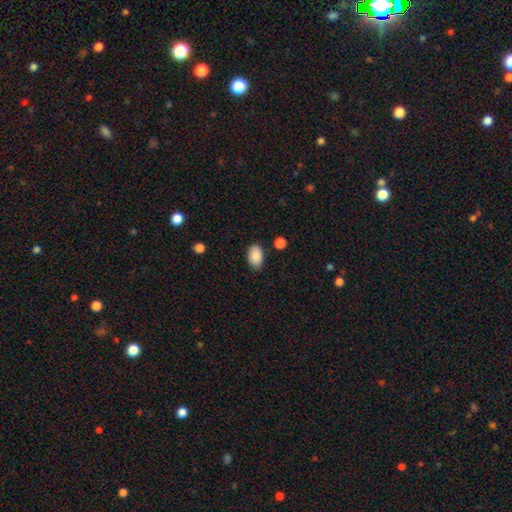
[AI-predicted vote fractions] Smooth or featured? Predicted: smooth (p=0.89). How rounded? Predicted: in between (p=0.90). Merging? Predicted: none (p=0.79).